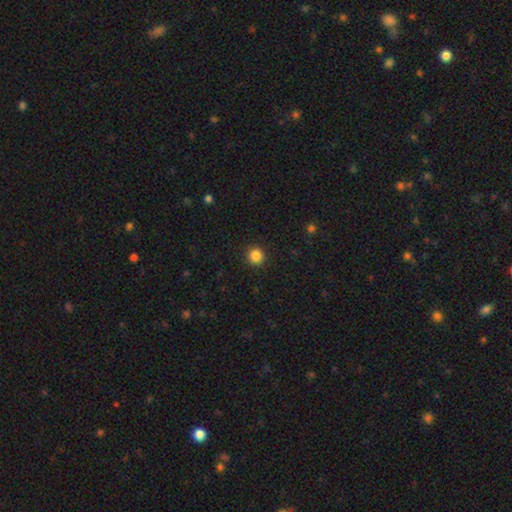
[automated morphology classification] This appears to be a smooth galaxy with no disk features (86%) that is round (94%). Merging: none (92%).